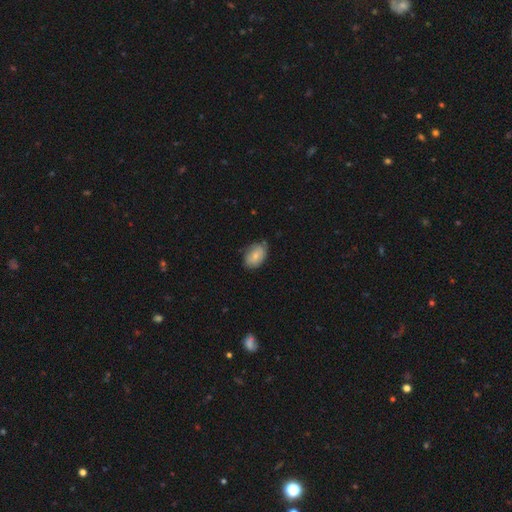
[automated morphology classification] Smooth or featured?
  - smooth: 75% *
  - featured or disk: 18%
  - star or artifact: 7%
How rounded?
  - in between: 84% *
  - round: 15%
  - cigar-shaped: 1%
Merging?
  - none: 72% *
  - minor disturbance: 22%
  - major disturbance: 4%
  - merger: 2%